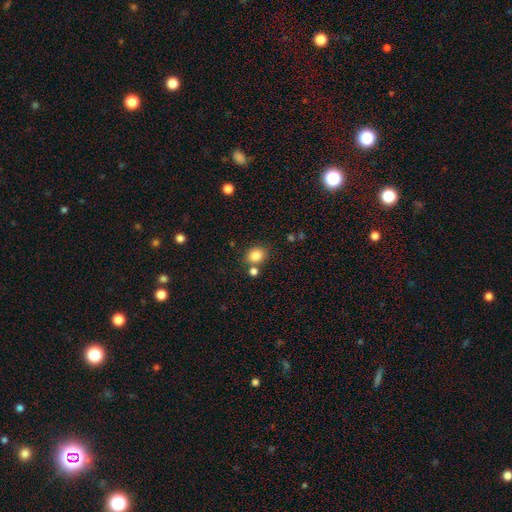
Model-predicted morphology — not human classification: A smooth galaxy with no disk features (83%) that is round (60%).

Vote fractions:
- Smooth or featured? smooth: 83% / star or artifact: 11% / featured or disk: 6%
- How rounded? round: 60% / in between: 39% / cigar-shaped: 1%
- Merging? none: 73% / merger: 13% / minor disturbance: 10% / major disturbance: 3%